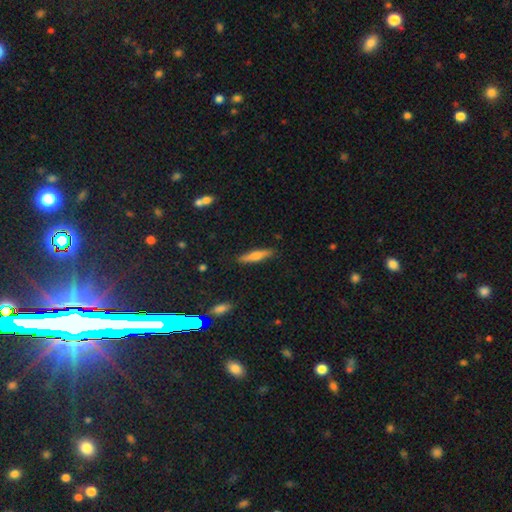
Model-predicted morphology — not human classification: The model was most divided on "smooth or featured": smooth: 54%, featured or disk: 38%, star or artifact: 7%. More confident: merging — none (88%); how rounded — cigar-shaped (82%).